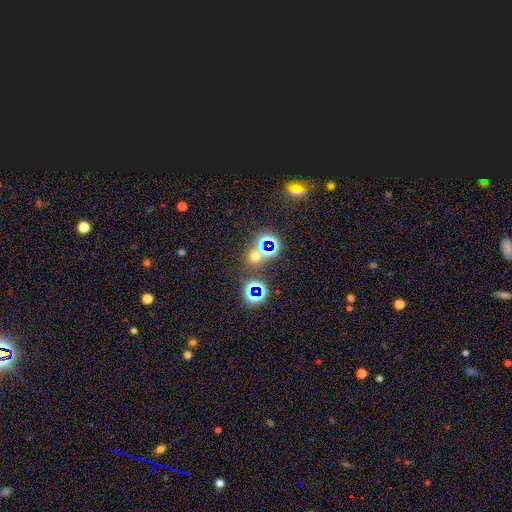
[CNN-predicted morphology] Smooth or featured: star or artifact — 53% (smooth — 39%)